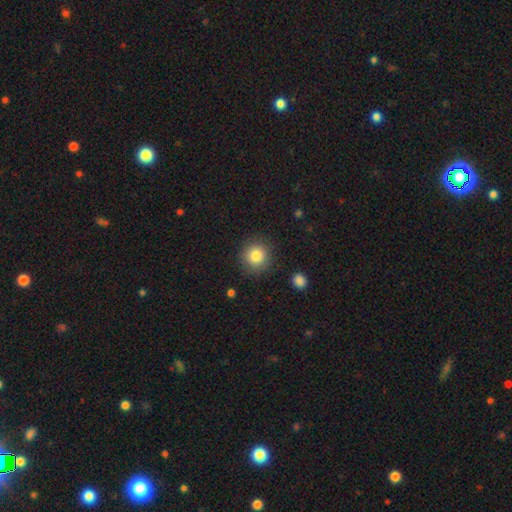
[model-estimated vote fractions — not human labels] This is clearly a smooth galaxy (82%). How rounded: clearly round (92%). Merging: clearly none (88%).